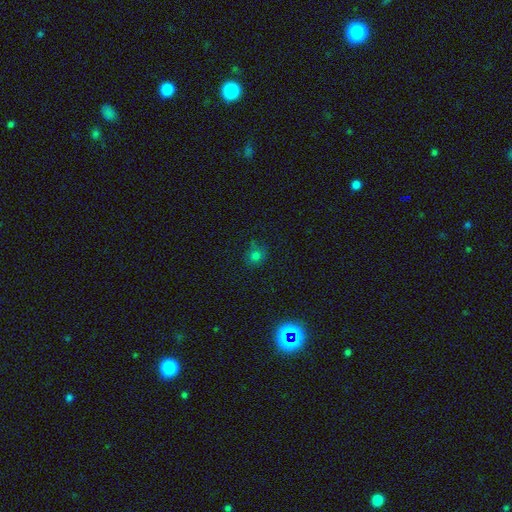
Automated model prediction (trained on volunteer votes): Smooth or featured: smooth — 73% (star or artifact — 20%)
How rounded: round — 78% (in between — 21%)
Merging: none — 74% (minor disturbance — 18%)